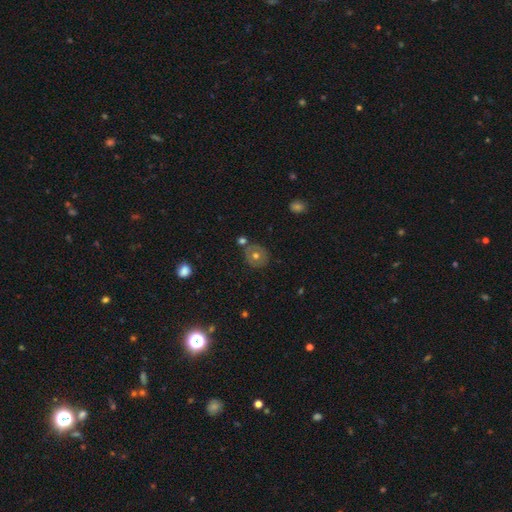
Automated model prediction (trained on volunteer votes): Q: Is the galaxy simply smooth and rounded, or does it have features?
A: smooth — 54%.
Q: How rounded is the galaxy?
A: round — 83%.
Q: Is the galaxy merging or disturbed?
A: none — 77%.